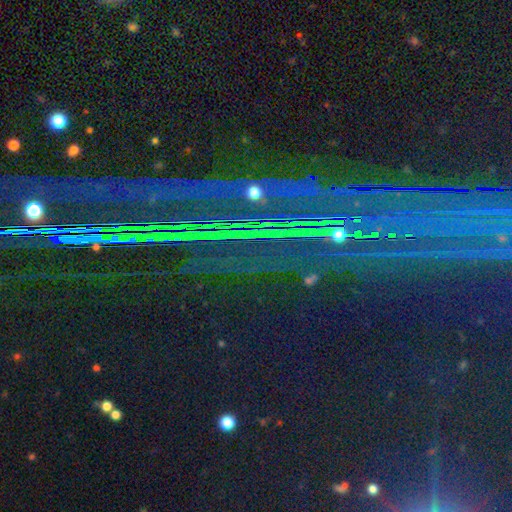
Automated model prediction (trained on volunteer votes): The model was most divided on "smooth or featured": star or artifact: 87%, featured or disk: 7%, smooth: 6%.